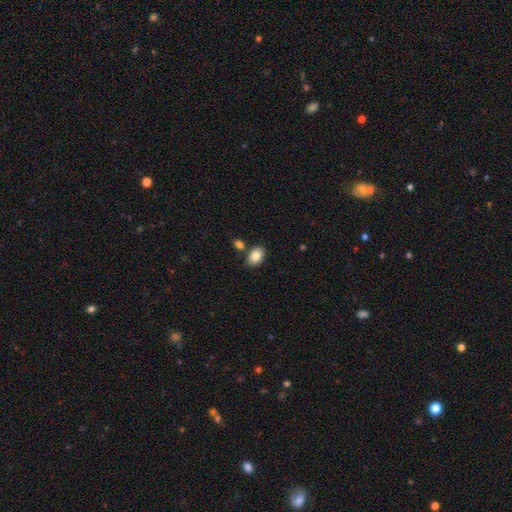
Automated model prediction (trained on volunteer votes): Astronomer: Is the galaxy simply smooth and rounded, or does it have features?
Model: smooth — 85%.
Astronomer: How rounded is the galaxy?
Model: in between — 81%.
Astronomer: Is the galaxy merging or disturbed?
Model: none — 76%.